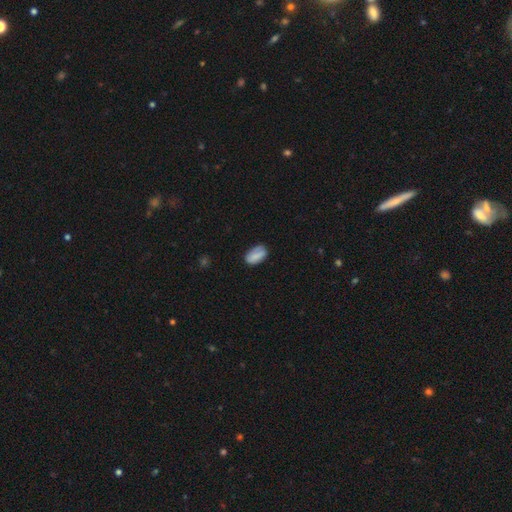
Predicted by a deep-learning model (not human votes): Smooth or featured? Predicted: smooth (p=0.78). How rounded? Predicted: in between (p=0.92). Merging? Predicted: none (p=0.75).